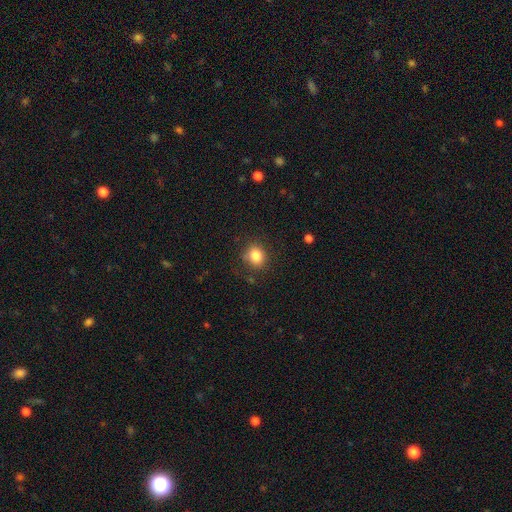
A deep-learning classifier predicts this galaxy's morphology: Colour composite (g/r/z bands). It shows a smooth galaxy with no disk features (83%) that is round (75%). Merging: none (82%).